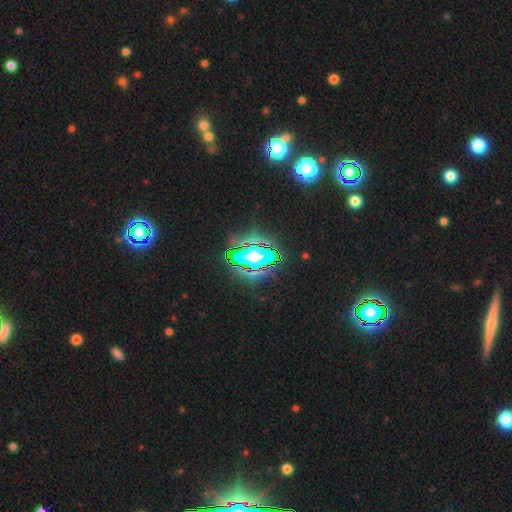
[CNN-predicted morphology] smooth-or-featured: star or artifact: 82% | smooth: 10% | featured or disk: 8%